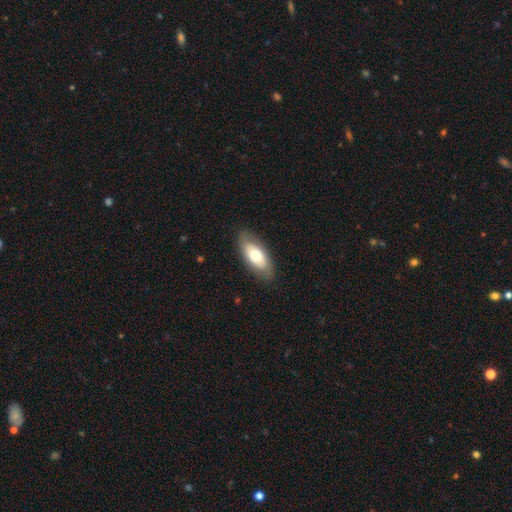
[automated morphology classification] Q: Smooth or featured?
A: smooth (64%); runner-up: featured or disk (31%)
Q: How rounded?
A: in between (87%); runner-up: cigar-shaped (10%)
Q: Merging?
A: none (84%); runner-up: minor disturbance (12%)